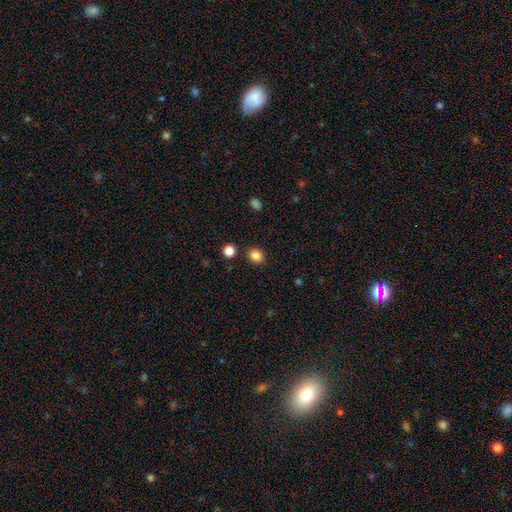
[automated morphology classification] Overall: smooth (85%). How rounded: round (71%). Merging: none (89%).